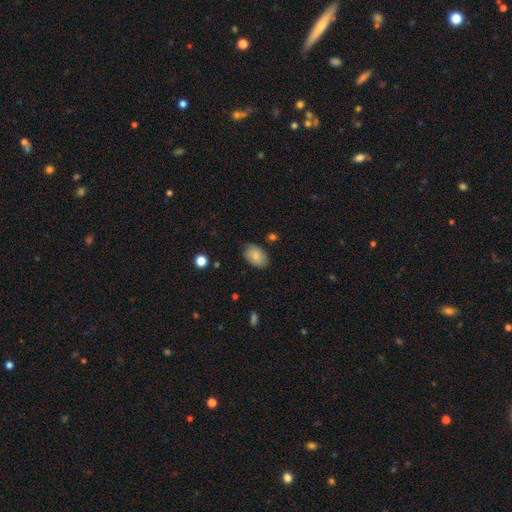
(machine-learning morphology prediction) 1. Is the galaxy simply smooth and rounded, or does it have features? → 81% smooth, 12% featured or disk, 7% star or artifact.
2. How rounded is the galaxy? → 87% in between, 12% round, 1% cigar-shaped.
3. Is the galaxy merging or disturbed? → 79% none, 17% minor disturbance, 3% major disturbance, 1% merger.